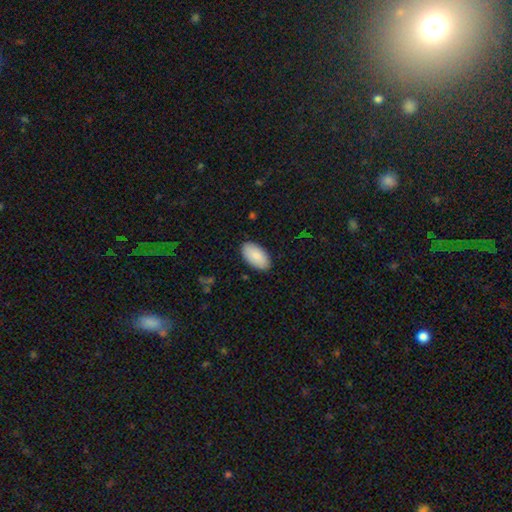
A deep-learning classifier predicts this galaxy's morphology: A smooth galaxy with no disk features (88%) that is in between round and cigar-shaped (96%). Merging: none (87%).